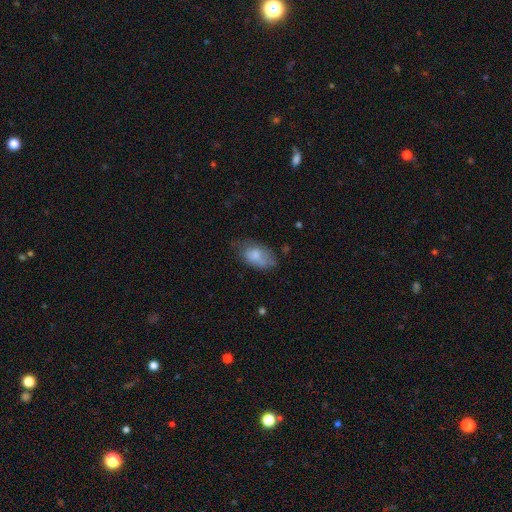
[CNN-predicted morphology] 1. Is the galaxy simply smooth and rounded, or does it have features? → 72% smooth, 20% featured or disk, 8% star or artifact.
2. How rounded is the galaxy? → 92% in between, 6% round, 2% cigar-shaped.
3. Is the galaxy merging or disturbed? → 48% none, 33% minor disturbance, 16% major disturbance, 3% merger.